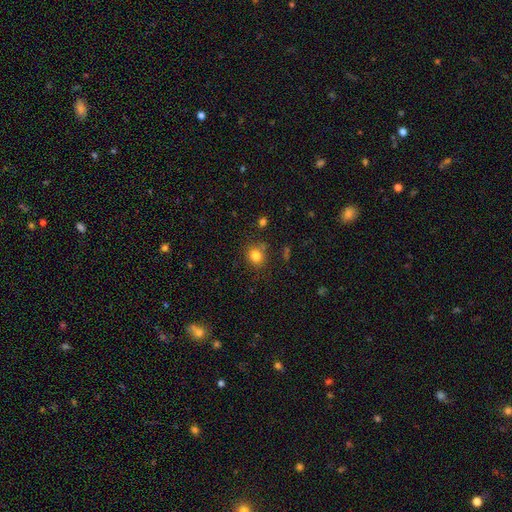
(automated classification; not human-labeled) Smooth or featured?
  - smooth: 82% *
  - star or artifact: 12%
  - featured or disk: 6%
How rounded?
  - round: 80% *
  - in between: 19%
  - cigar-shaped: 1%
Merging?
  - none: 77% *
  - minor disturbance: 13%
  - merger: 5%
  - major disturbance: 4%